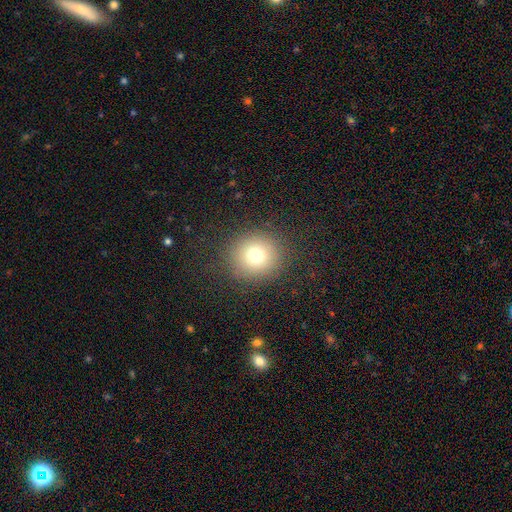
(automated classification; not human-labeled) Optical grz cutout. It shows a smooth galaxy with no disk features (74%) that is round (92%). Merging: none (88%).